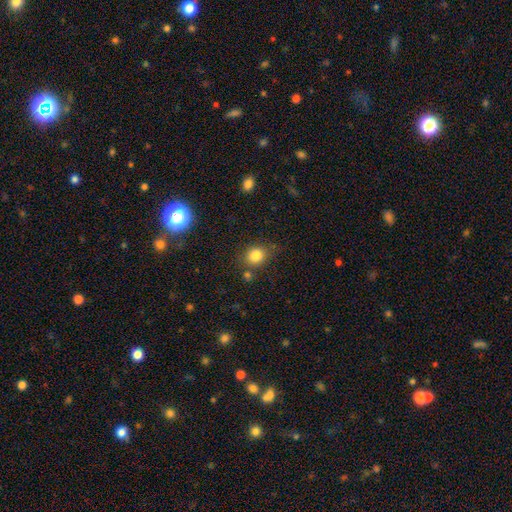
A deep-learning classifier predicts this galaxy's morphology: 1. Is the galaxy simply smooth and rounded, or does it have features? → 82% smooth, 11% star or artifact, 6% featured or disk.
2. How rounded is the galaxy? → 68% round, 31% in between, 1% cigar-shaped.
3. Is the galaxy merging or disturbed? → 71% none, 15% minor disturbance, 9% merger, 5% major disturbance.